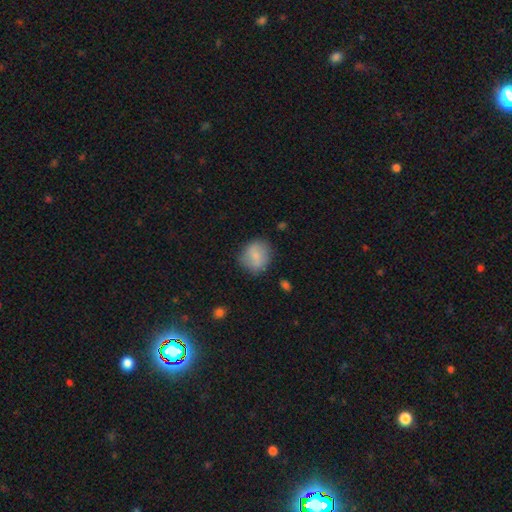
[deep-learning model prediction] Overall: smooth (74%). How rounded: round (77%). Merging: none (72%).